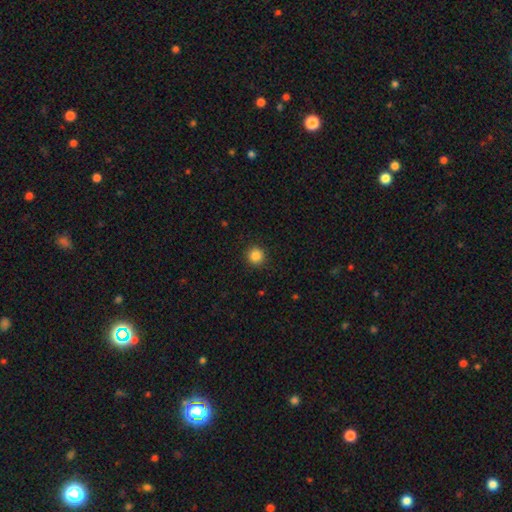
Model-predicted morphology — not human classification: Overall: smooth (85%). How rounded: round (95%). Merging: none (92%).